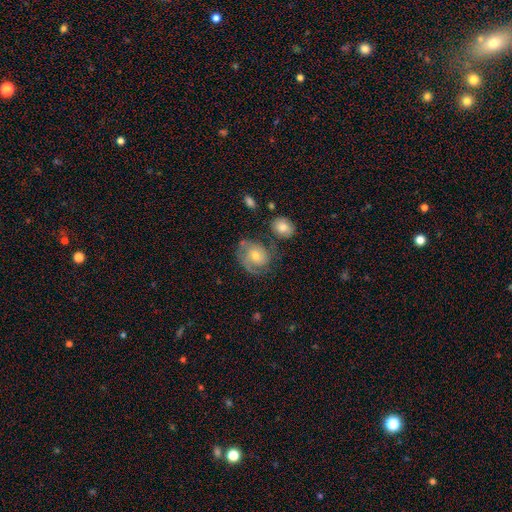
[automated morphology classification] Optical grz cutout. It shows a featured or disk galaxy (70%) with no bar (71%), 2 (46%) tight (50%) spiral arms (91%) and a moderate central bulge (57%). Merging: none (60%).